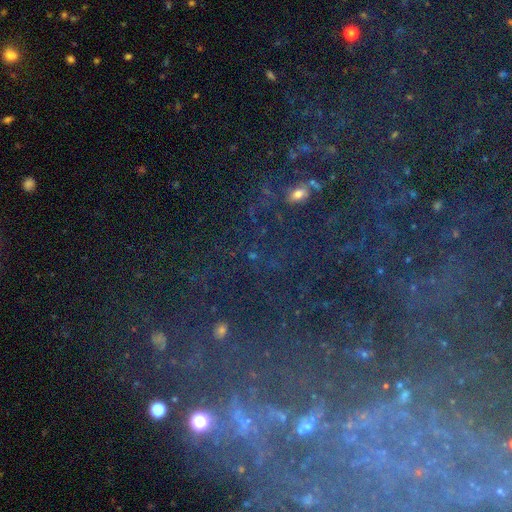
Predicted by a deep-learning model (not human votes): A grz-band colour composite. It shows a star or artifact, not a galaxy (64%).